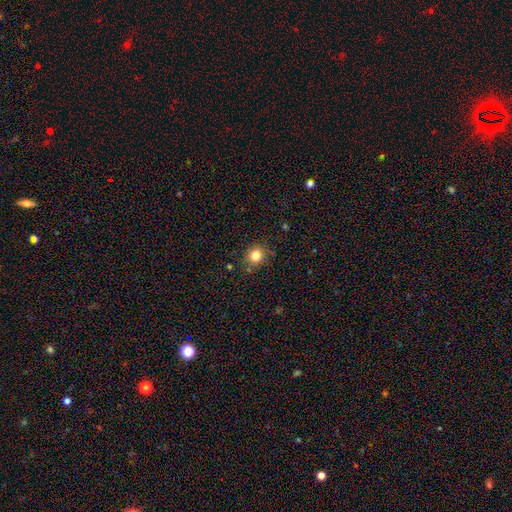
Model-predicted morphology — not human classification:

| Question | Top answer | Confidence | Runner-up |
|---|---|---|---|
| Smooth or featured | smooth | 82% | star or artifact (12%) |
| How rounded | round | 81% | in between (18%) |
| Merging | none | 85% | minor disturbance (10%) |